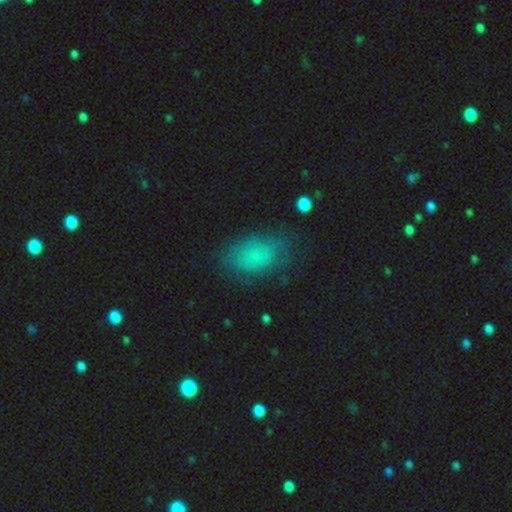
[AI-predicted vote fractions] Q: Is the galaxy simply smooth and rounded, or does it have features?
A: smooth — 75%.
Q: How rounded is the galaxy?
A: in between — 87%.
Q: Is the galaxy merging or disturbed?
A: none — 64%.